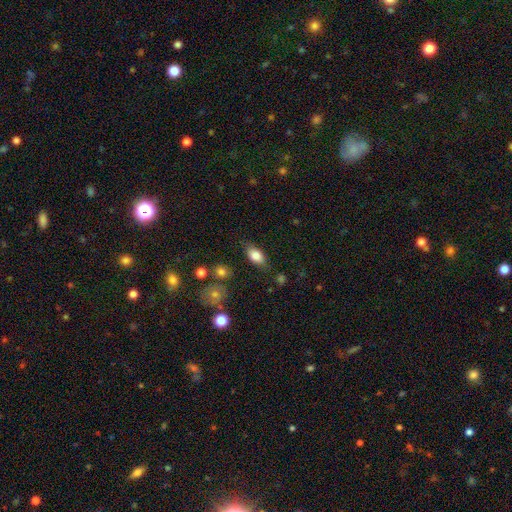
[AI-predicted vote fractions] This is clearly a smooth galaxy (81%). How rounded: clearly in between (89%). Merging: likely none (79%).